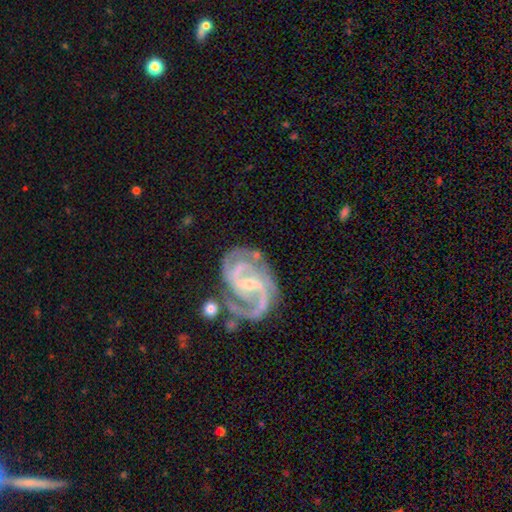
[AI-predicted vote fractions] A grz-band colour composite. It shows a featured or disk galaxy (92%) with a strong bar (46%), 2 (74%) medium (58%) spiral arms (97%) and a small central bulge (71%). Merging: none (55%).